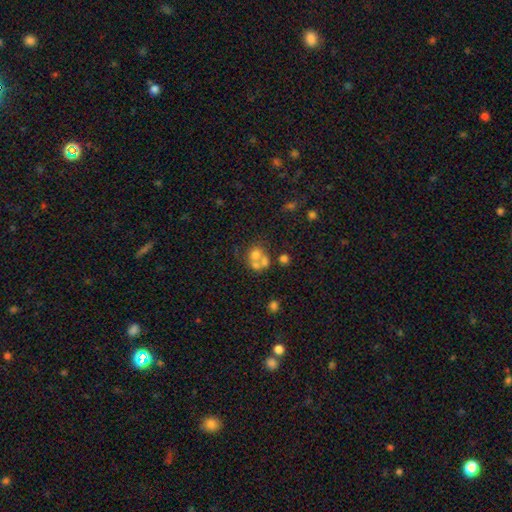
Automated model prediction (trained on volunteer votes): smooth-or-featured: smooth: 58% | featured or disk: 28% | star or artifact: 15%
  how-rounded: round: 72% | in between: 27% | cigar-shaped: 1%
  merging: merger: 55% | none: 31% | minor disturbance: 8% | major disturbance: 6%